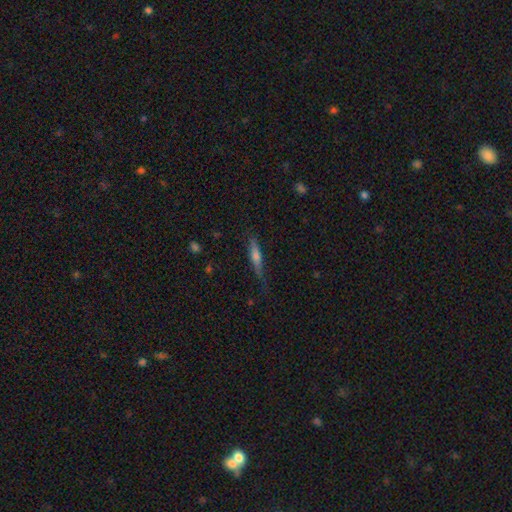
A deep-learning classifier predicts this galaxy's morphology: Smooth or featured?
  - featured or disk: 54% *
  - smooth: 37%
  - star or artifact: 9%
Edge-on disk?
  - yes: 94% *
  - no: 6%
Edge-on bulge?
  - rounded: 75% *
  - none: 14%
  - boxy: 11%
Merging?
  - none: 72% *
  - minor disturbance: 21%
  - major disturbance: 5%
  - merger: 2%